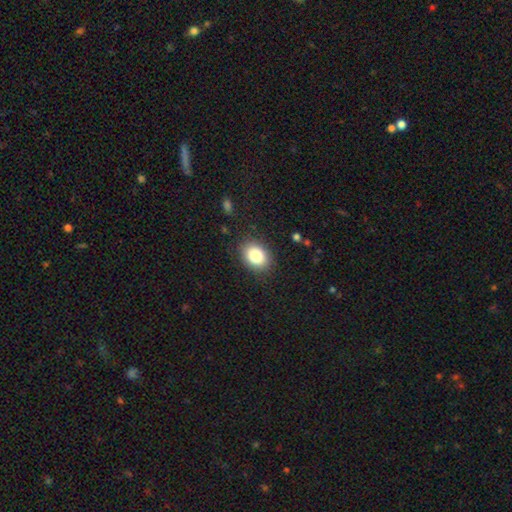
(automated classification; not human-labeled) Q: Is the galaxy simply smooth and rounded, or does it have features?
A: smooth — 83%.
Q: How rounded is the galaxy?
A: in between — 66%.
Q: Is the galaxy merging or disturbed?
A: none — 87%.